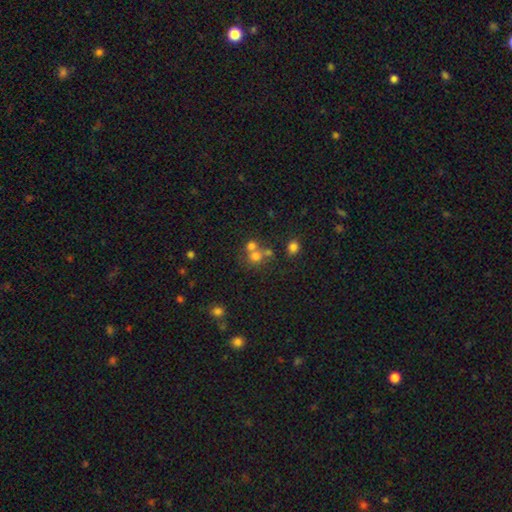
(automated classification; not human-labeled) This is likely a smooth galaxy (65%). How rounded: clearly round (82%). Merging: possibly merger (47%).